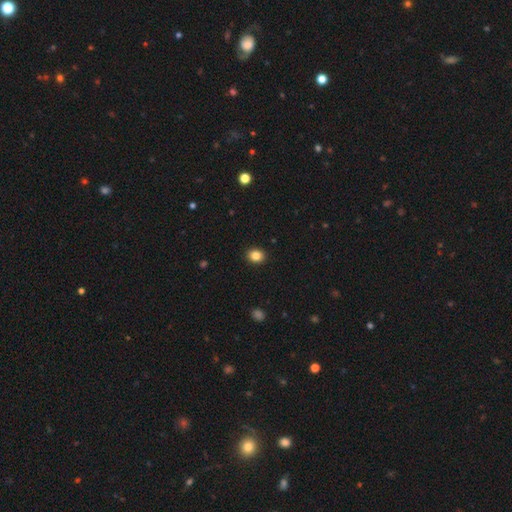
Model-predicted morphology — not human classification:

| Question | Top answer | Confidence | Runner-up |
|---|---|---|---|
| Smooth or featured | smooth | 85% | star or artifact (10%) |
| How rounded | round | 59% | in between (40%) |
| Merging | none | 91% | minor disturbance (6%) |